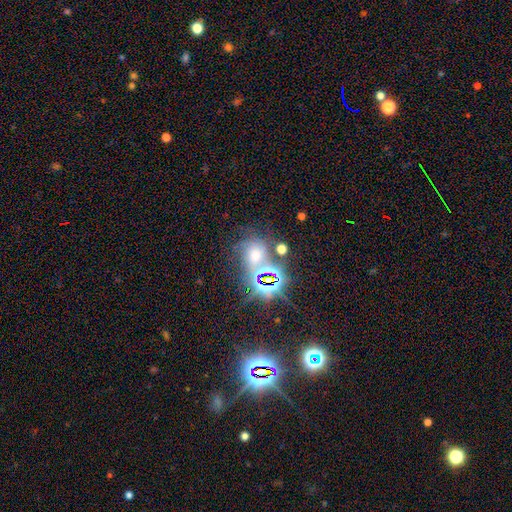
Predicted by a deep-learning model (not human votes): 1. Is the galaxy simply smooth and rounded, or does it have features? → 51% star or artifact, 35% smooth, 14% featured or disk.